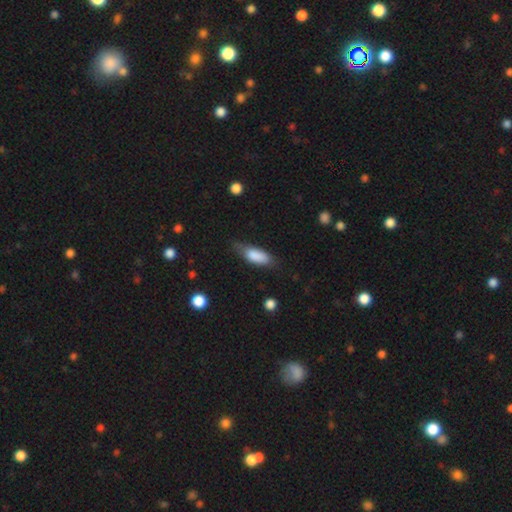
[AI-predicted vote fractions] Smooth or featured: smooth — 83% (featured or disk — 11%)
How rounded: in between — 72% (cigar-shaped — 26%)
Merging: none — 57% (minor disturbance — 32%)